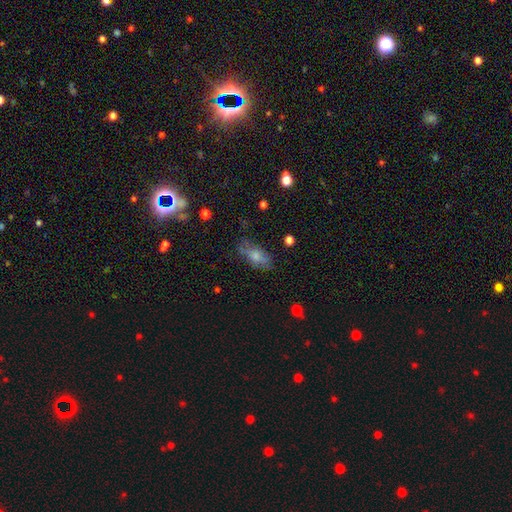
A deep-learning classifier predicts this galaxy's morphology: type=smooth (45%); merging=none (67%).